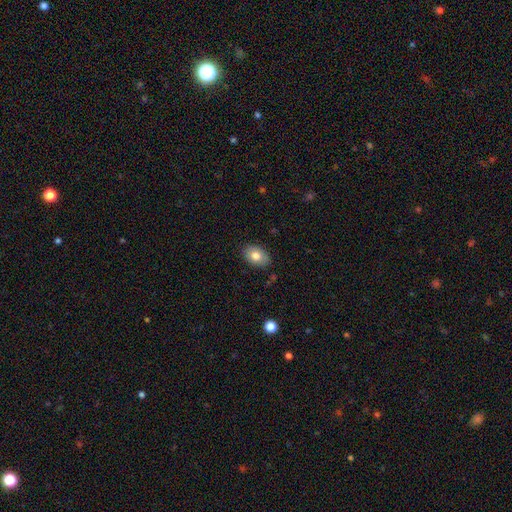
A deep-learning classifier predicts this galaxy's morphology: Smooth or featured? smooth (81%)
How rounded? in between (84%)
Merging? none (85%)